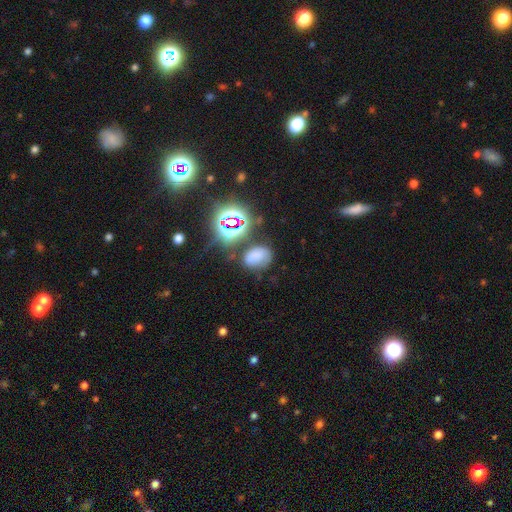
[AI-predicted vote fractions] Smooth or featured: smooth — 55% (star or artifact — 28%)
How rounded: in between — 71% (round — 28%)
Merging: none — 56% (minor disturbance — 24%)